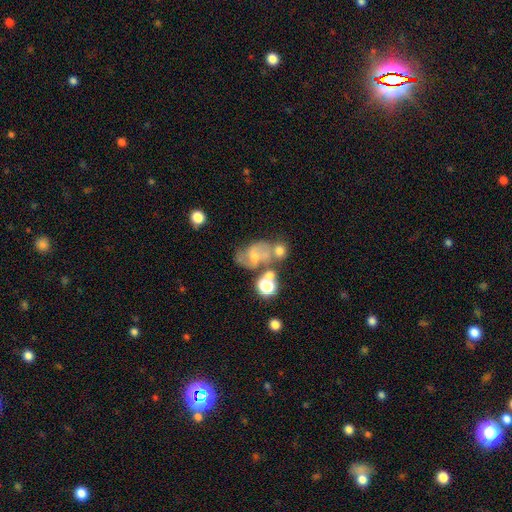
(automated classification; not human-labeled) This is likely a featured or disk galaxy (61%). It is clearly not viewed edge-on (96%). Bar: possibly no (49%). Spiral arm pattern: clearly yes (81%). Central bulge: possibly small (52%). Merging: marginally none (42%).